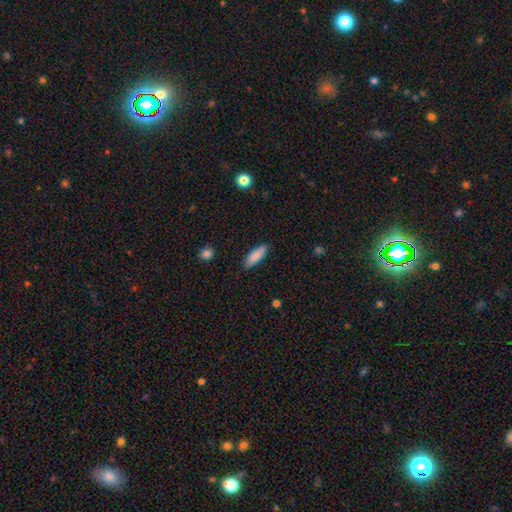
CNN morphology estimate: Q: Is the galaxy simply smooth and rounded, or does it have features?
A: smooth — 86%.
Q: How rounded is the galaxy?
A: in between — 54%.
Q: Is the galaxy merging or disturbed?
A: none — 85%.